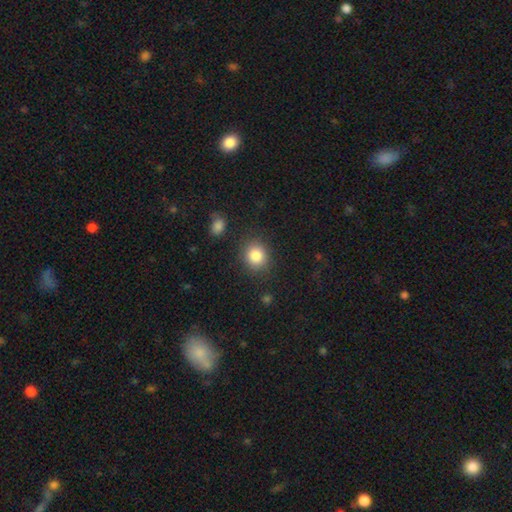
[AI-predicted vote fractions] Smooth or featured? smooth (85%)
How rounded? round (75%)
Merging? none (83%)